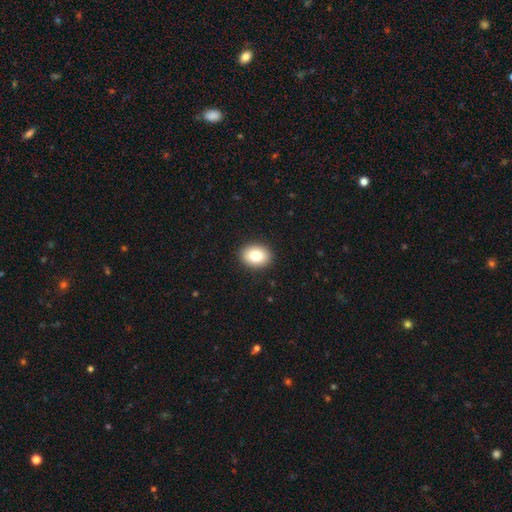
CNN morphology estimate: type=smooth (82%); roundness=in between (59%); merging=none (91%).